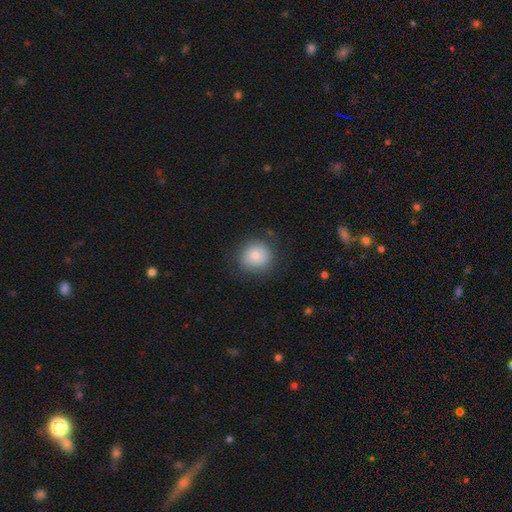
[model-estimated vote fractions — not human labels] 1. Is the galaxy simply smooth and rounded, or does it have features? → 79% smooth, 13% featured or disk, 8% star or artifact.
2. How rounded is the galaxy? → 90% round, 9% in between, 1% cigar-shaped.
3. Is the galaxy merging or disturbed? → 80% none, 14% minor disturbance, 5% major disturbance, 1% merger.